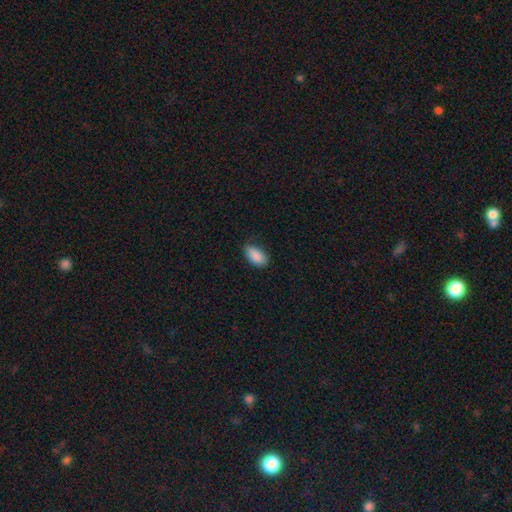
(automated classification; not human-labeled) Smooth or featured? smooth (89%)
How rounded? in between (93%)
Merging? none (72%)